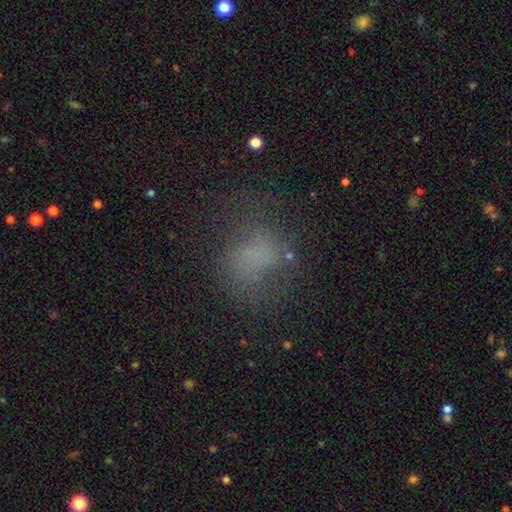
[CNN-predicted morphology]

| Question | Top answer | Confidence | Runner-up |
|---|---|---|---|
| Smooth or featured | smooth | 60% | star or artifact (21%) |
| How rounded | in between | 51% | round (47%) |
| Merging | none | 56% | minor disturbance (21%) |